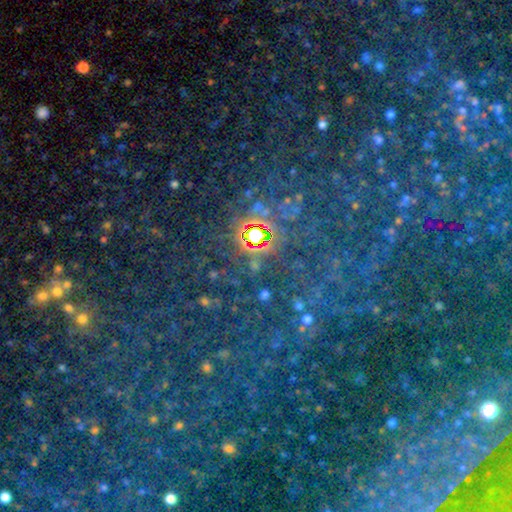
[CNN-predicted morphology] Smooth or featured? star or artifact (78%)